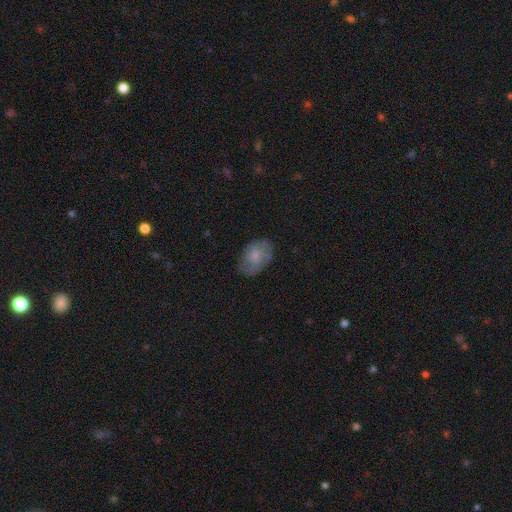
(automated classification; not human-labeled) Smooth or featured? Predicted: smooth (p=0.62). How rounded? Predicted: in between (p=0.85). Merging? Predicted: none (p=0.63).